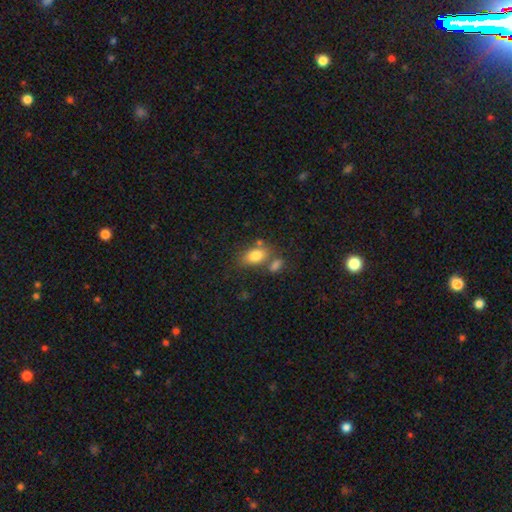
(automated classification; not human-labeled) smooth 80%, featured or disk 11%, star or artifact 9%. Down the decision tree: how rounded — in between (87%); merging — none (54%).